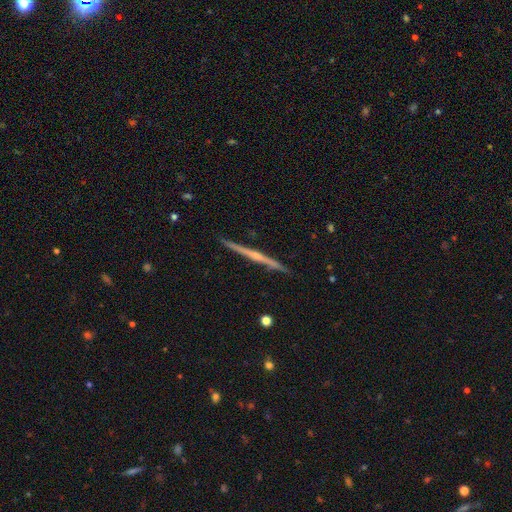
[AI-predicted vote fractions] A featured or disk galaxy (77%) viewed edge-on (98%) with a rounded central bulge (60%).

Vote fractions:
- Smooth or featured? featured or disk: 77% / smooth: 17% / star or artifact: 5%
- Edge-on disk? yes: 98% / no: 2%
- Edge-on bulge? rounded: 60% / none: 33% / boxy: 7%
- Merging? none: 91% / minor disturbance: 7% / major disturbance: 1% / merger: 1%